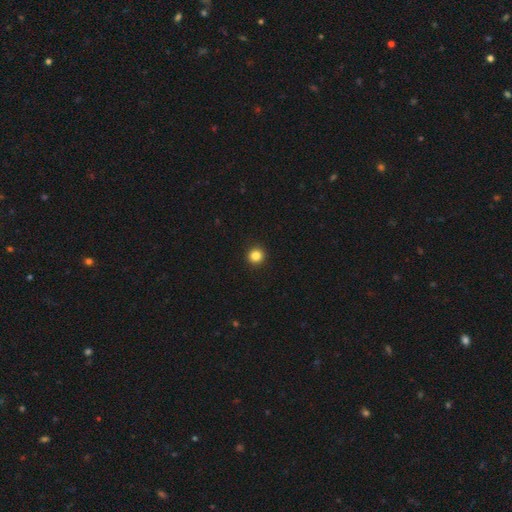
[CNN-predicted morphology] The model was most divided on "smooth or featured": smooth: 85%, star or artifact: 11%, featured or disk: 4%. More confident: how rounded — round (94%); merging — none (93%).